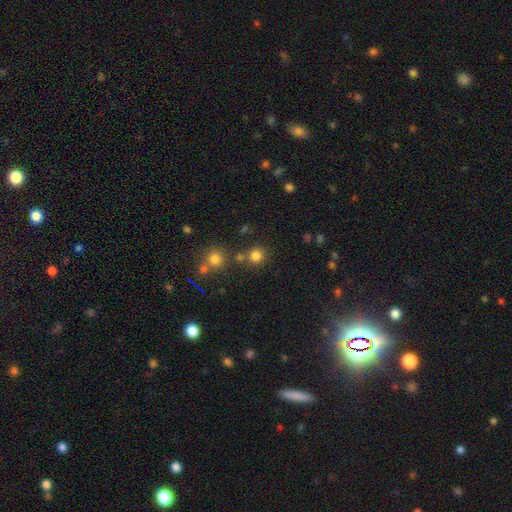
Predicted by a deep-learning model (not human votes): A smooth galaxy with no disk features (79%) that is round (89%).

Vote fractions:
- Smooth or featured? smooth: 79% / star or artifact: 16% / featured or disk: 5%
- How rounded? round: 89% / in between: 10% / cigar-shaped: 1%
- Merging? none: 74% / merger: 14% / minor disturbance: 9% / major disturbance: 4%